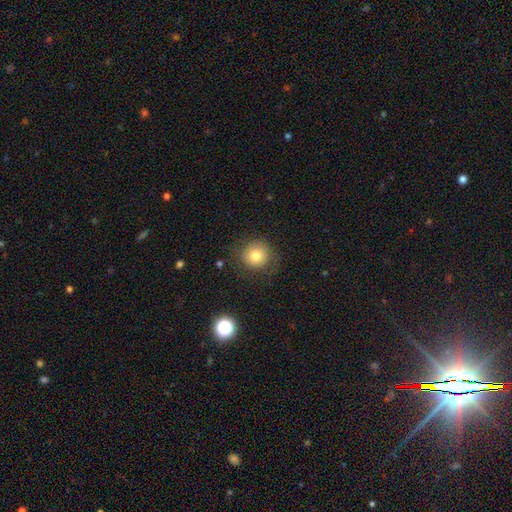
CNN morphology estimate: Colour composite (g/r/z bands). It shows a smooth galaxy with no disk features (79%) that is round (90%). Merging: none (80%).